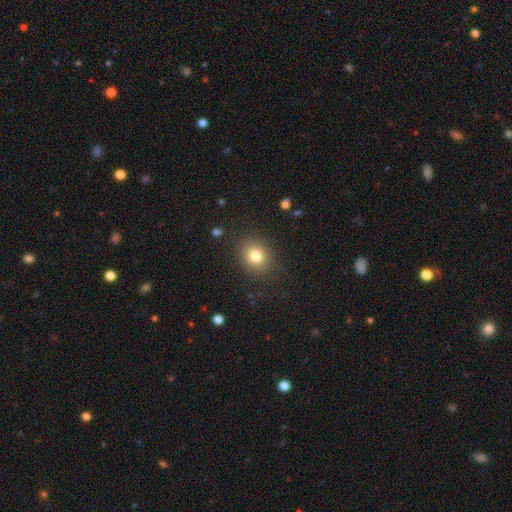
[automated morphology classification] smooth 70%, star or artifact 24%, featured or disk 6%. Down the decision tree: how rounded — round (78%); merging — none (89%).